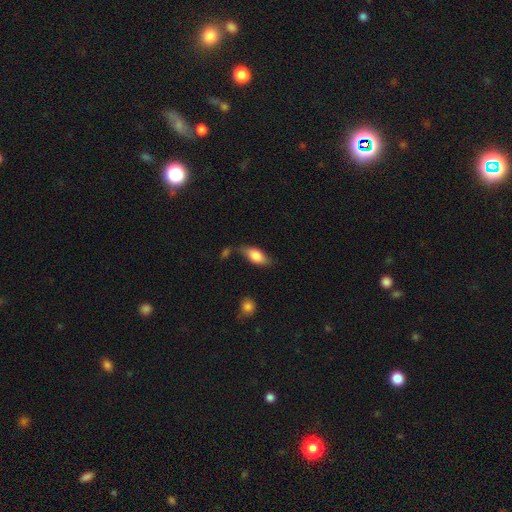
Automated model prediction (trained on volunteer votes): A smooth galaxy with no disk features (80%) that is in between round and cigar-shaped (87%). Merging: none (63%).